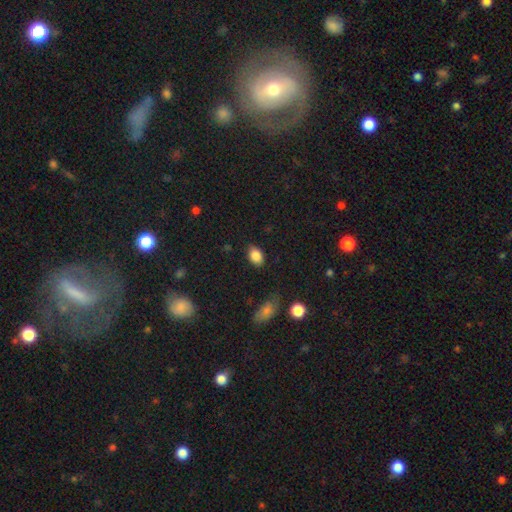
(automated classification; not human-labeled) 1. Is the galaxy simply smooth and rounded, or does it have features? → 86% smooth, 8% star or artifact, 6% featured or disk.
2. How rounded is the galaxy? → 84% in between, 14% round, 1% cigar-shaped.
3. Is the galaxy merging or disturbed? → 81% none, 14% minor disturbance, 3% major disturbance, 1% merger.